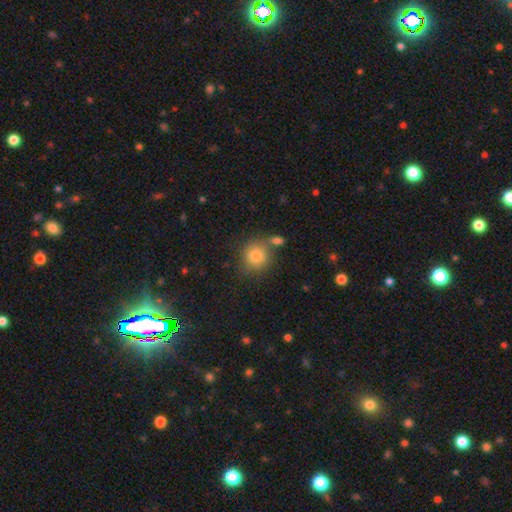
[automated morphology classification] A smooth galaxy with no disk features (83%) that is round (84%). Merging: none (65%).